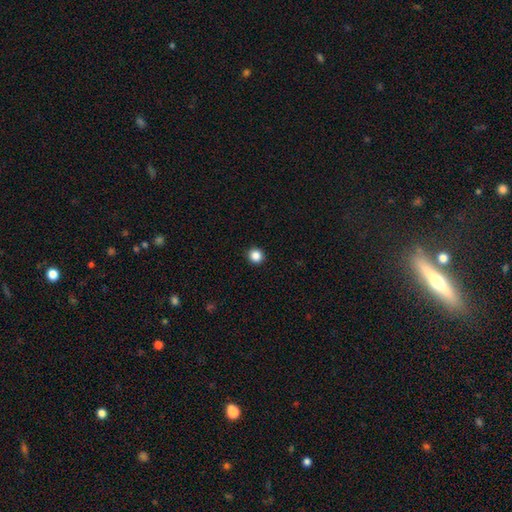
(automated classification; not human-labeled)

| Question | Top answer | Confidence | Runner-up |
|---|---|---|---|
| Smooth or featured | smooth | 86% | star or artifact (11%) |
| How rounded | round | 94% | in between (5%) |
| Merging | none | 93% | minor disturbance (4%) |